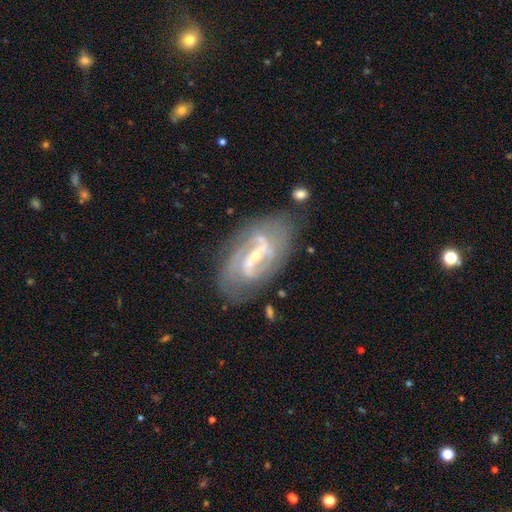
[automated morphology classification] smooth_or_featured: featured or disk (p=0.87) [alt: smooth p=0.07]
disk_edge_on: no (p=0.95) [alt: yes p=0.05]
bar: strong (p=0.52) [alt: weak p=0.34]
has_spiral_arms: yes (p=0.92) [alt: no p=0.08]
spiral_winding: medium (p=0.45) [alt: tight p=0.33]
spiral_arm_count: 2 (p=0.74) [alt: can't tell p=0.12]
bulge_size: small (p=0.67) [alt: moderate p=0.29]
merging: none (p=0.71) [alt: minor disturbance p=0.18]